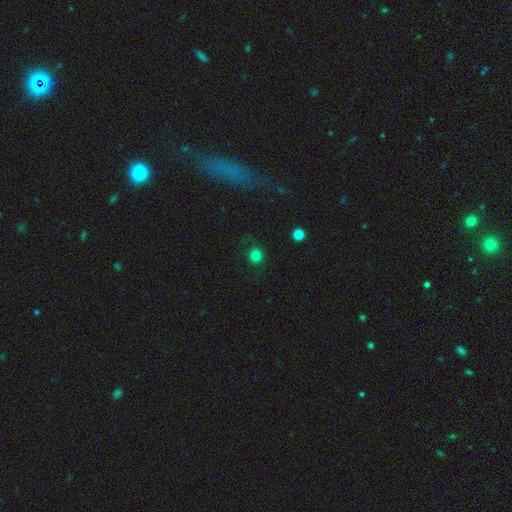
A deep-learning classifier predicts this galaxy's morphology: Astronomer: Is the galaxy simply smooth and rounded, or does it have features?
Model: smooth — 79%.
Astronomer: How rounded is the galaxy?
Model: round — 92%.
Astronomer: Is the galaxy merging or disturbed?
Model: none — 75%.